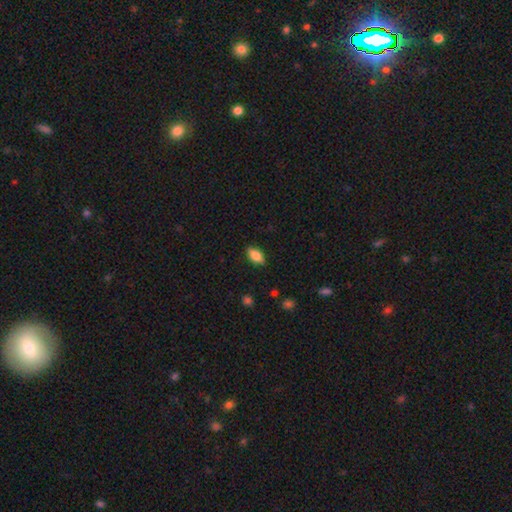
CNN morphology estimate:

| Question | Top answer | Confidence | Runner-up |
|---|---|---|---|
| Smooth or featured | smooth | 79% | featured or disk (14%) |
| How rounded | in between | 88% | cigar-shaped (8%) |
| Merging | none | 86% | minor disturbance (10%) |